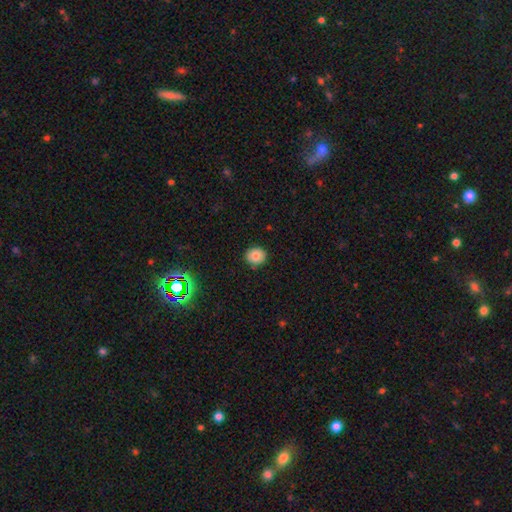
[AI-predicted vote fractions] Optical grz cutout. It shows a smooth galaxy with no disk features (80%) that is round (84%). Merging: none (88%).